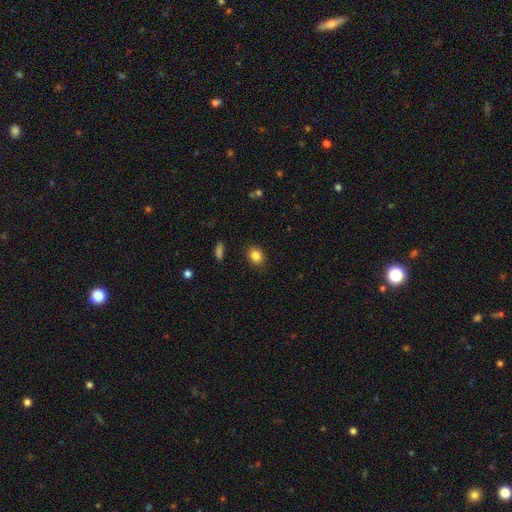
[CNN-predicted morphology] type=smooth (84%); roundness=in between (50%); merging=none (86%).